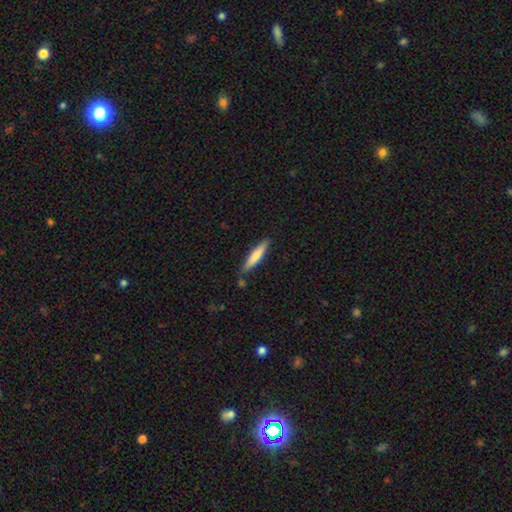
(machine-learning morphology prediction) Q: Smooth or featured?
A: smooth (72%); runner-up: featured or disk (22%)
Q: How rounded?
A: cigar-shaped (88%); runner-up: in between (11%)
Q: Merging?
A: none (80%); runner-up: minor disturbance (14%)